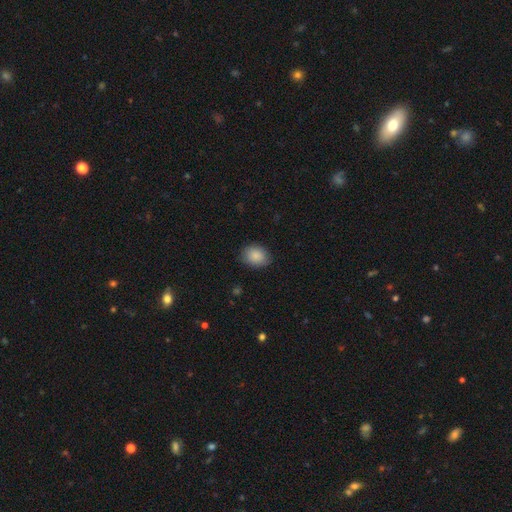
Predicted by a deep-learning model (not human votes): A smooth galaxy with no disk features (88%) that is in between round and cigar-shaped (57%).

Vote fractions:
- Smooth or featured? smooth: 88% / star or artifact: 7% / featured or disk: 5%
- How rounded? in between: 57% / round: 42% / cigar-shaped: 1%
- Merging? none: 83% / minor disturbance: 14% / major disturbance: 3% / merger: 1%